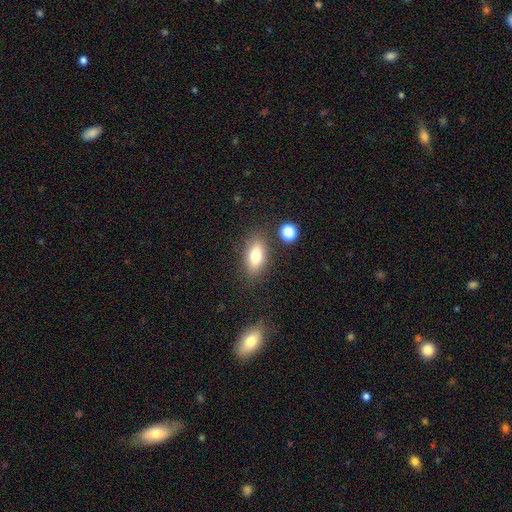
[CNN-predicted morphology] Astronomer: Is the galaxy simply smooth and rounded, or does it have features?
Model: smooth — 76%.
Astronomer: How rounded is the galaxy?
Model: in between — 83%.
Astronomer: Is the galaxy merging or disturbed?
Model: none — 81%.